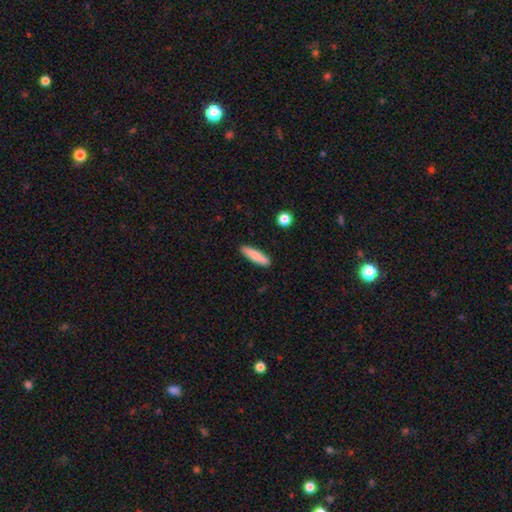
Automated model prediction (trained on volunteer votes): This appears to be a smooth galaxy with no disk features (82%) that is cigar-shaped (76%). Merging: none (90%).